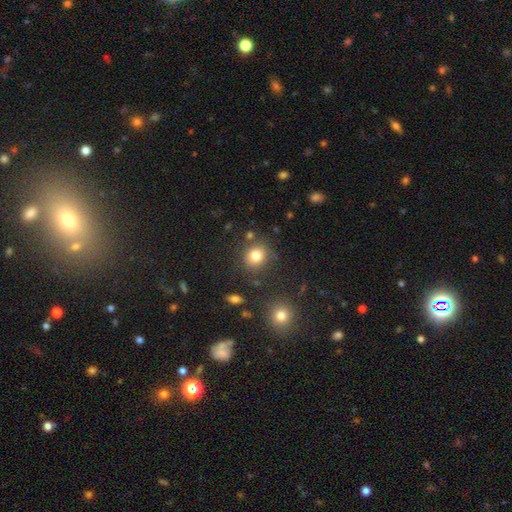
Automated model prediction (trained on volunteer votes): Overall: smooth (80%). How rounded: round (83%). Merging: none (81%).